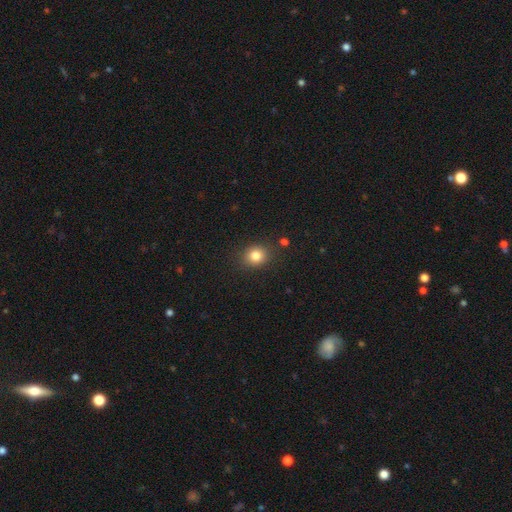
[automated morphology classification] Smooth or featured: smooth — 82% (star or artifact — 12%)
How rounded: round — 70% (in between — 29%)
Merging: none — 86% (minor disturbance — 9%)